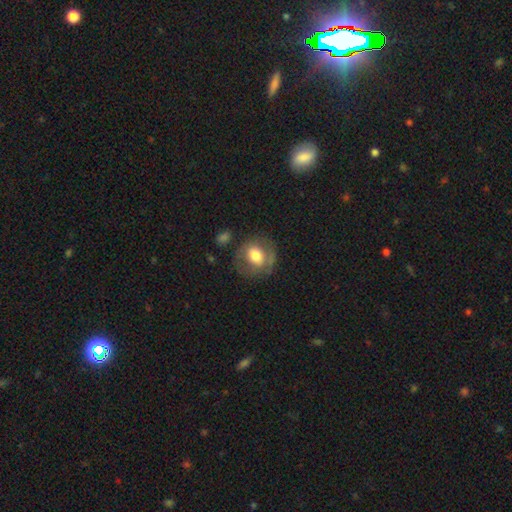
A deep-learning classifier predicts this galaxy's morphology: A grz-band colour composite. It shows a smooth galaxy with no disk features (59%) that is round (66%). Merging: none (69%).